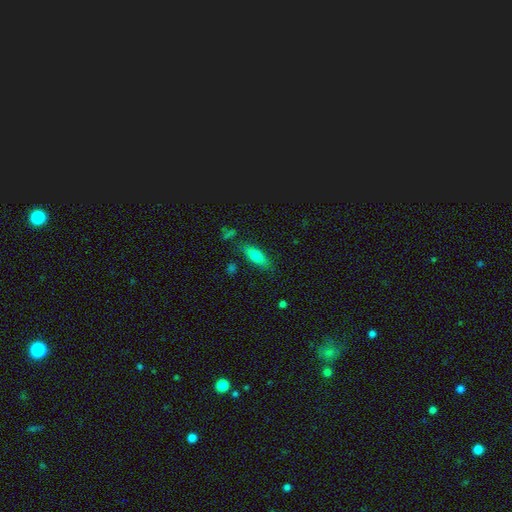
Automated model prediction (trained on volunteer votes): The model was most divided on "how rounded": in between: 54%, cigar-shaped: 43%, round: 3%. More confident: merging — none (79%); smooth or featured — smooth (72%).